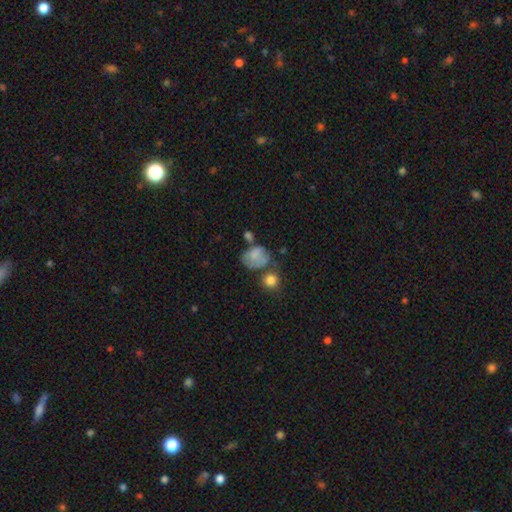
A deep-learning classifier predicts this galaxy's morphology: smooth 69%, featured or disk 21%, star or artifact 10%. Down the decision tree: how rounded — in between (56%); merging — none (35%).